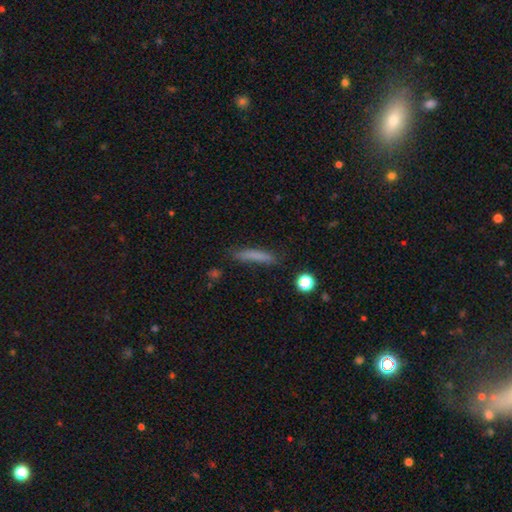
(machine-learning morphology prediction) A smooth galaxy with no disk features (76%) that is cigar-shaped (90%).

Vote fractions:
- Smooth or featured? smooth: 76% / featured or disk: 15% / star or artifact: 9%
- How rounded? cigar-shaped: 90% / in between: 8% / round: 2%
- Merging? none: 79% / minor disturbance: 15% / major disturbance: 4% / merger: 2%